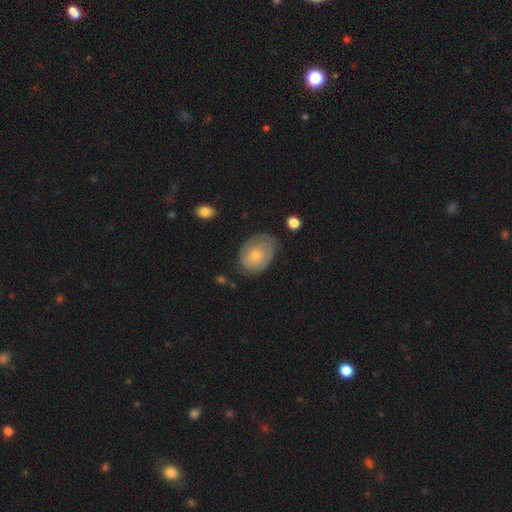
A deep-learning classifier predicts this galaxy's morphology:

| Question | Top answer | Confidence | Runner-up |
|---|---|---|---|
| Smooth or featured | featured or disk | 49% | smooth (44%) |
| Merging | none | 67% | minor disturbance (23%) |